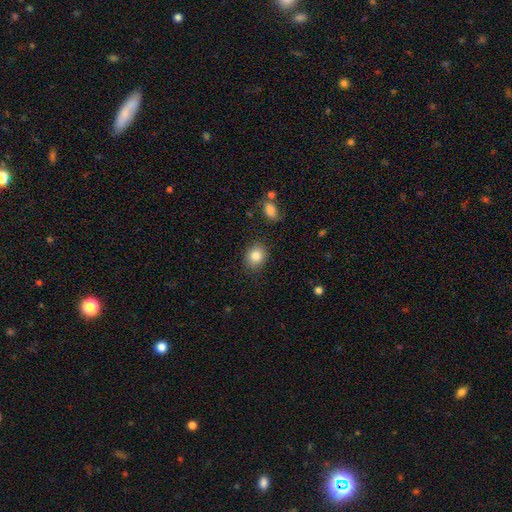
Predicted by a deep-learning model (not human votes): smooth 83%, star or artifact 10%, featured or disk 7%. Down the decision tree: how rounded — round (66%); merging — none (86%).